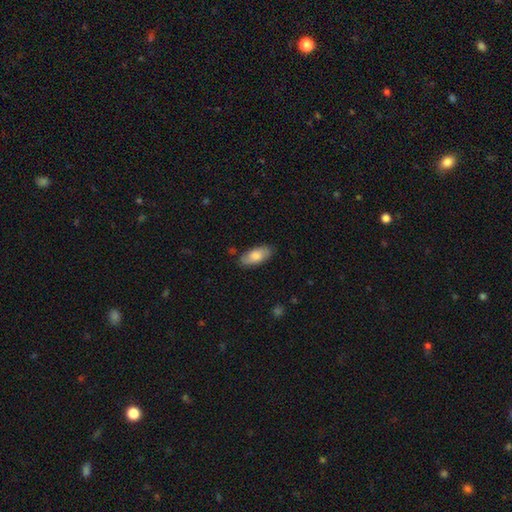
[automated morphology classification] Smooth or featured? Predicted: smooth (p=0.72). How rounded? Predicted: in between (p=0.89). Merging? Predicted: none (p=0.81).